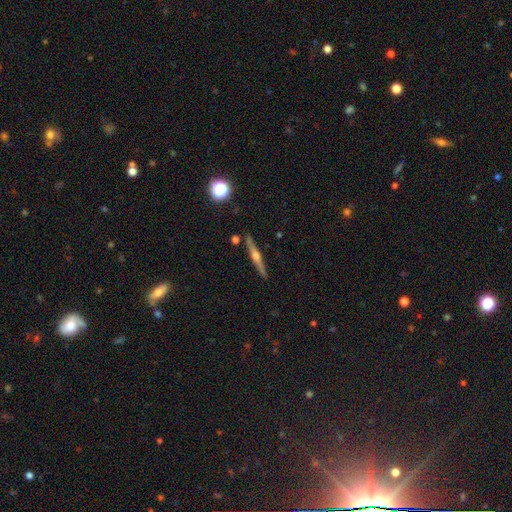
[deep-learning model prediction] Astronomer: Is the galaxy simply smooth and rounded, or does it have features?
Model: featured or disk — 75%.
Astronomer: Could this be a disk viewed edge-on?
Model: yes — 98%.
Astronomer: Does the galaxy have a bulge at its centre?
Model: rounded — 91%.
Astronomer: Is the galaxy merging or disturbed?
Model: none — 89%.